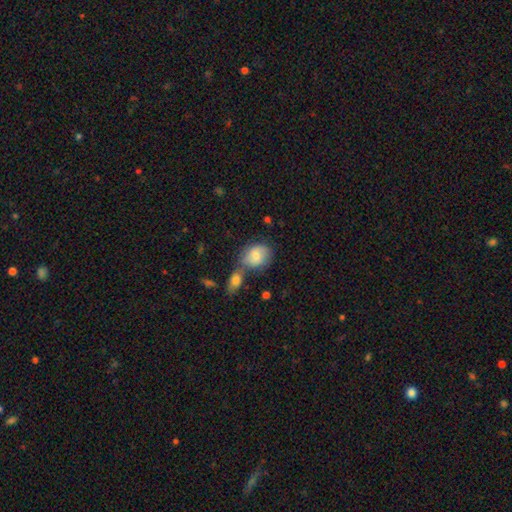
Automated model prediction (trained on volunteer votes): Morphology: type=smooth (71%); roundness=in between (51%); merging=none (45%).